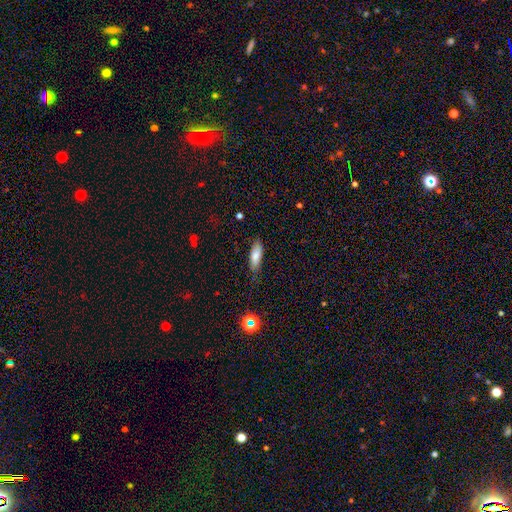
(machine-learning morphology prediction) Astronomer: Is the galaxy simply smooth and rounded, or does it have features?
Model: smooth — 80%.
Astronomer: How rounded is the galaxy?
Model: in between — 66%.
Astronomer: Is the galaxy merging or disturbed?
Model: none — 74%.